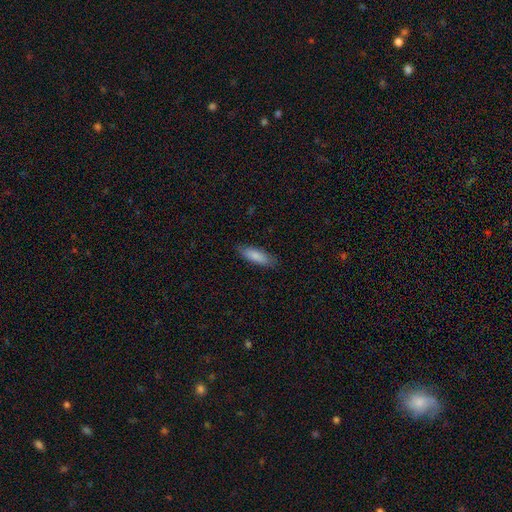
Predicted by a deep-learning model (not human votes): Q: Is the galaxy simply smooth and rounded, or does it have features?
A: smooth — 84%.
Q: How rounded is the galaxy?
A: in between — 53%.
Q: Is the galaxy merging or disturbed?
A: none — 84%.